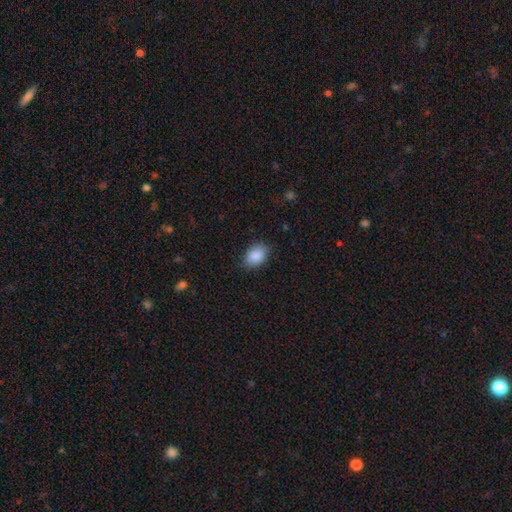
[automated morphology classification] A smooth galaxy with no disk features (89%) that is in between round and cigar-shaped (86%).

Vote fractions:
- Smooth or featured? smooth: 89% / star or artifact: 7% / featured or disk: 4%
- How rounded? in between: 86% / round: 13% / cigar-shaped: 1%
- Merging? none: 83% / minor disturbance: 13% / major disturbance: 3% / merger: 1%